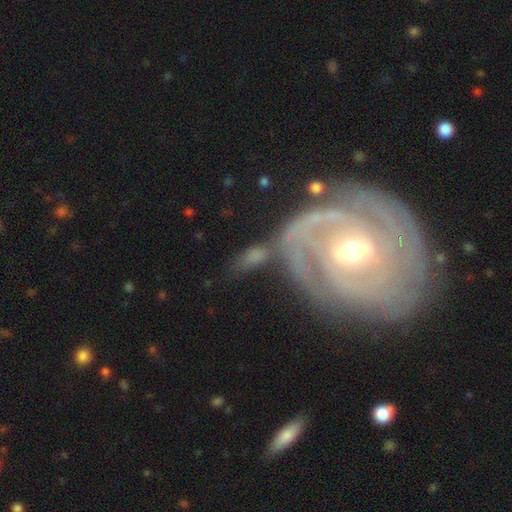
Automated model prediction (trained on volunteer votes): featured or disk 52%, smooth 37%, star or artifact 11%. Down the decision tree: edge-on disk — no (88%); merging — none (45%).